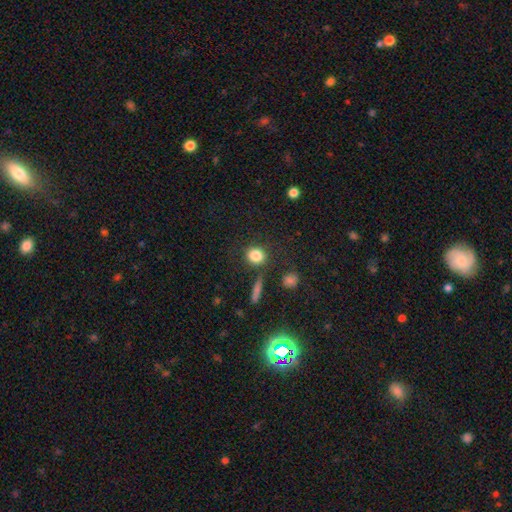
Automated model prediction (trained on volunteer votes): This appears to be a smooth galaxy with no disk features (83%) that is round (81%). Merging: none (81%).